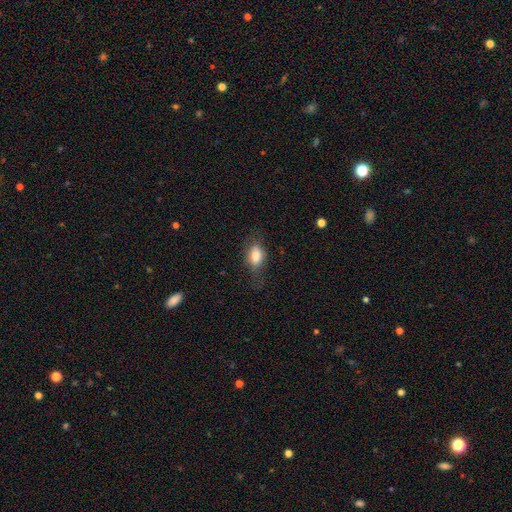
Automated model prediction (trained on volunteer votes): Q: Smooth or featured?
A: smooth (77%); runner-up: featured or disk (15%)
Q: How rounded?
A: in between (82%); runner-up: round (14%)
Q: Merging?
A: none (64%); runner-up: minor disturbance (22%)